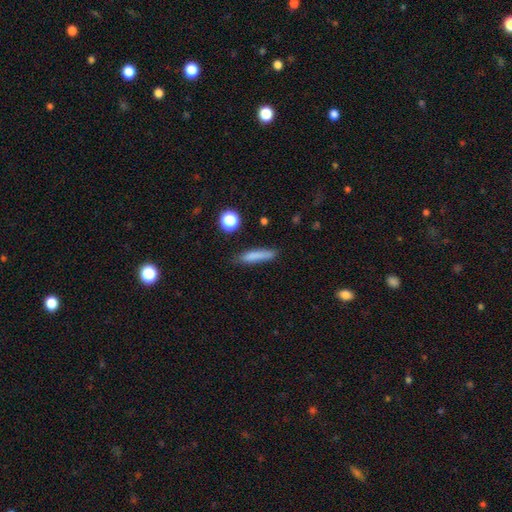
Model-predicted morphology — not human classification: Smooth or featured? Predicted: smooth (p=0.78). How rounded? Predicted: cigar-shaped (p=0.83). Merging? Predicted: none (p=0.74).